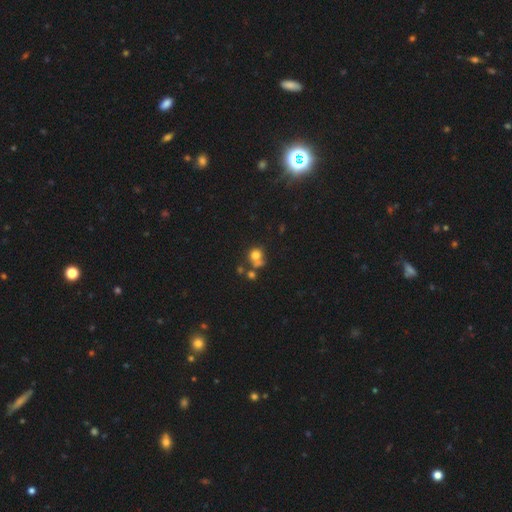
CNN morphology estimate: Smooth or featured?
  - smooth: 72% *
  - star or artifact: 14%
  - featured or disk: 13%
How rounded?
  - round: 79% *
  - in between: 20%
  - cigar-shaped: 1%
Merging?
  - none: 42% *
  - merger: 33%
  - minor disturbance: 14%
  - major disturbance: 11%